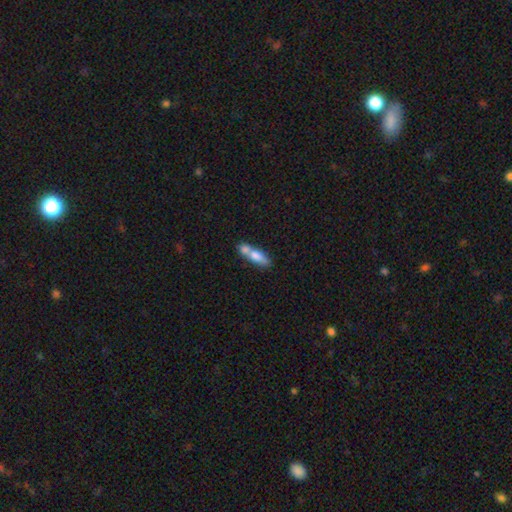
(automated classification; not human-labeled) This is likely a smooth galaxy (68%). How rounded: possibly in between (50%). Merging: possibly merger (52%).